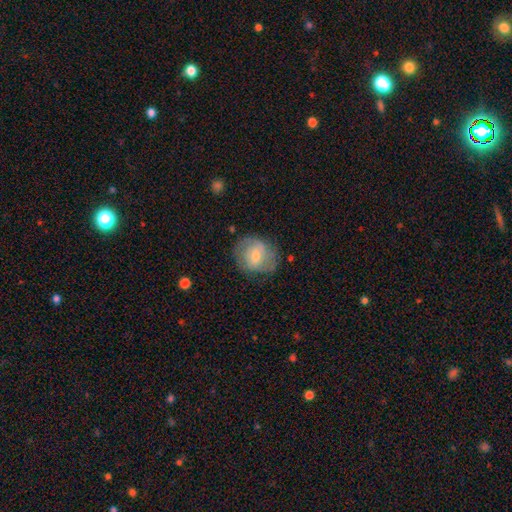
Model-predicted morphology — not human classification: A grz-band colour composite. It shows a smooth galaxy with no disk features (50%) that is round (73%). Merging: none (66%).